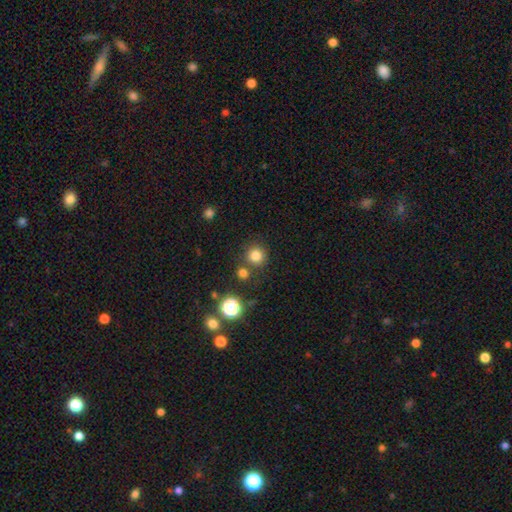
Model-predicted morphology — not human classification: The model was most divided on "smooth or featured": smooth: 79%, star or artifact: 15%, featured or disk: 5%. More confident: how rounded — round (93%); merging — none (80%).